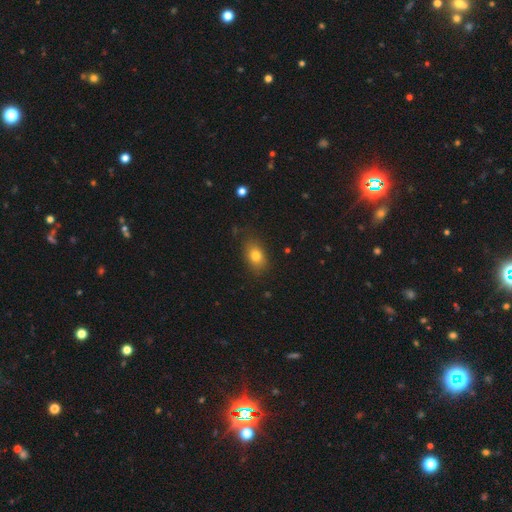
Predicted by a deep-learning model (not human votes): This appears to be a smooth galaxy with no disk features (79%) that is in between round and cigar-shaped (79%). Merging: none (80%).